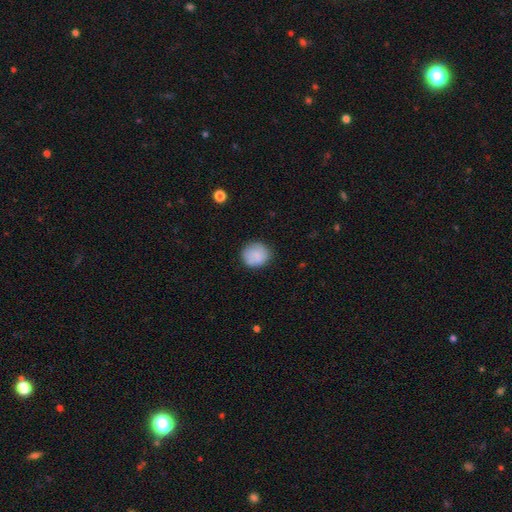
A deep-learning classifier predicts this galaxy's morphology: Overall: smooth (81%). How rounded: round (84%). Merging: none (78%).